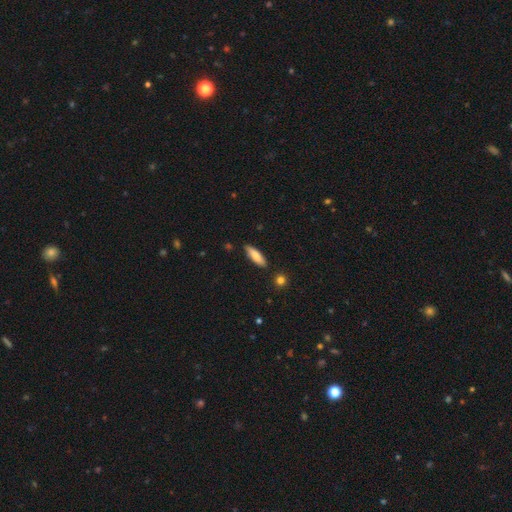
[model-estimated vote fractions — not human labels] Q: Smooth or featured?
A: smooth (76%); runner-up: featured or disk (18%)
Q: How rounded?
A: in between (50%); runner-up: cigar-shaped (48%)
Q: Merging?
A: none (83%); runner-up: minor disturbance (13%)